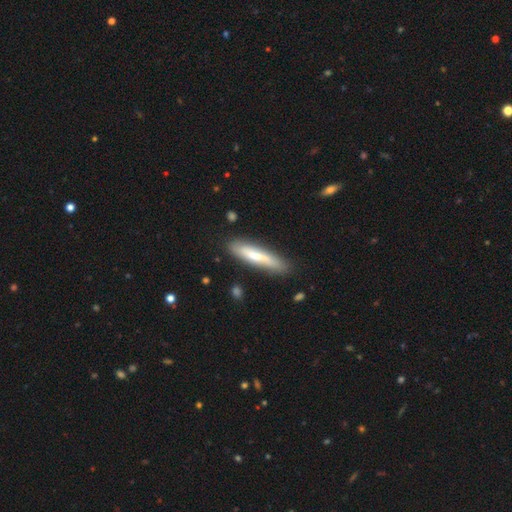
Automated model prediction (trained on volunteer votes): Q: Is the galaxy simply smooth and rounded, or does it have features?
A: smooth — 62%.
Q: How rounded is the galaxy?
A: cigar-shaped — 81%.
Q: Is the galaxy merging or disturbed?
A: none — 78%.